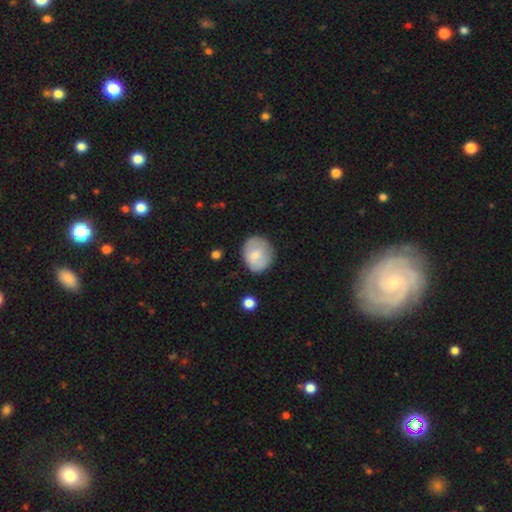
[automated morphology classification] Smooth or featured? Predicted: smooth (p=0.74). How rounded? Predicted: round (p=0.61). Merging? Predicted: none (p=0.74).